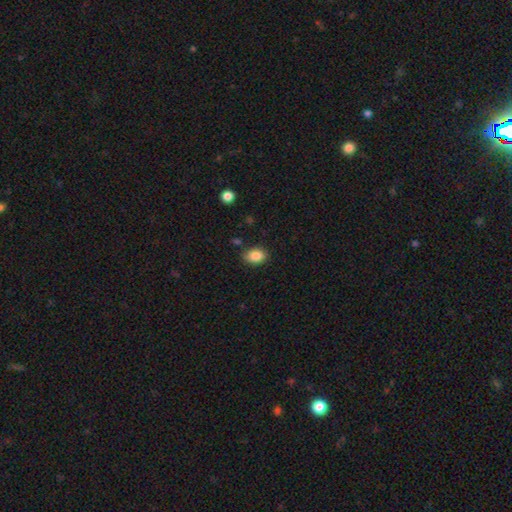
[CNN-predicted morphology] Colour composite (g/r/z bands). It shows a smooth galaxy with no disk features (86%) that is in between round and cigar-shaped (74%). Merging: none (83%).